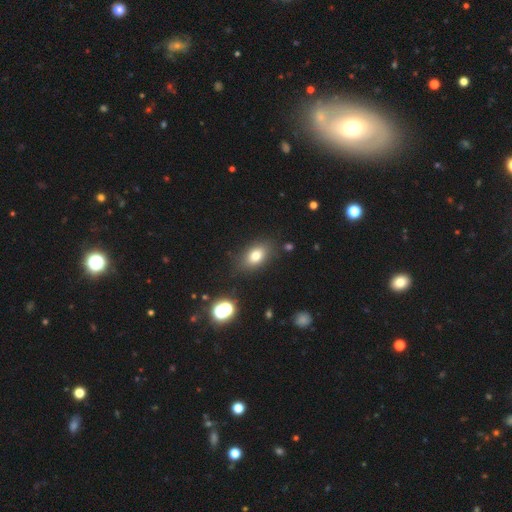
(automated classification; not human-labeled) smooth-or-featured: smooth: 77% | star or artifact: 12% | featured or disk: 11%
  how-rounded: in between: 82% | round: 15% | cigar-shaped: 3%
  merging: none: 81% | minor disturbance: 13% | major disturbance: 4% | merger: 2%